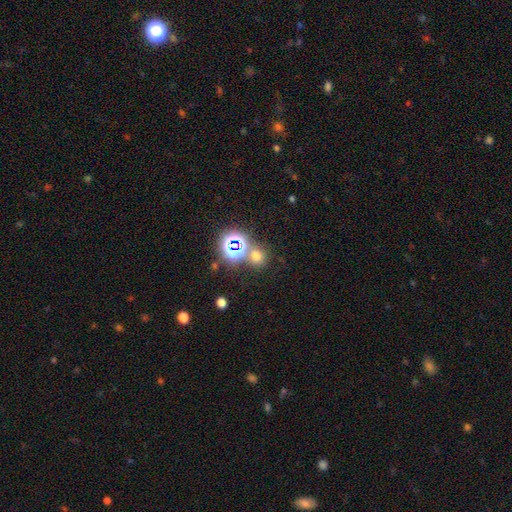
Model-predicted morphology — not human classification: A smooth galaxy with no disk features (59%) that is round (80%). Merging: none (67%).